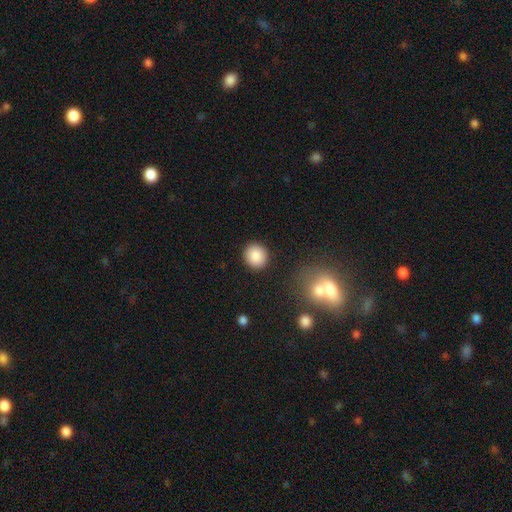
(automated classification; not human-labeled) This appears to be a smooth galaxy with no disk features (87%) that is round (88%). Merging: none (90%).